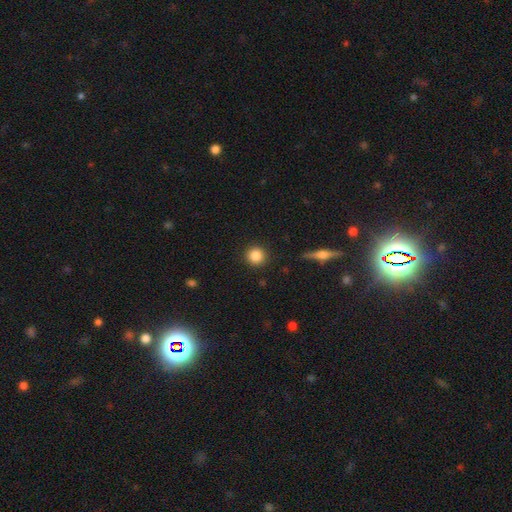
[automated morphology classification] Overall: smooth (85%). How rounded: round (94%). Merging: none (91%).